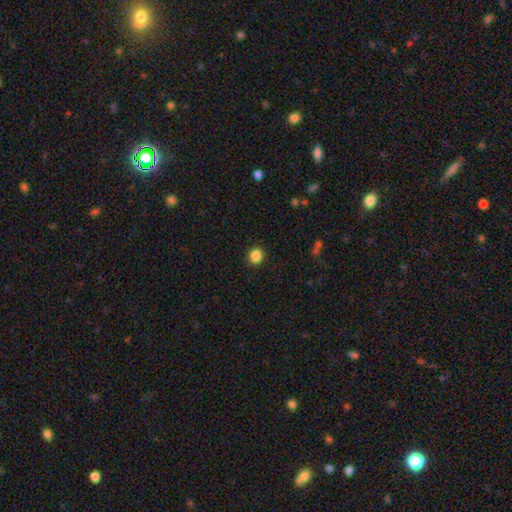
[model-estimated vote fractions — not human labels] Smooth or featured: smooth — 86% (star or artifact — 11%)
How rounded: round — 85% (in between — 14%)
Merging: none — 91% (minor disturbance — 6%)